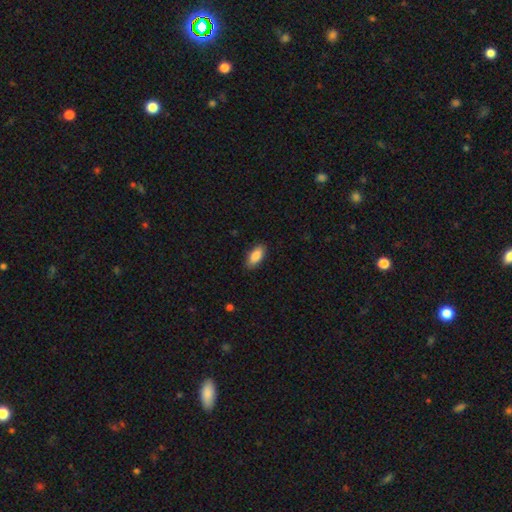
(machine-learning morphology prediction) This appears to be a smooth galaxy with no disk features (87%) that is in between round and cigar-shaped (87%). Merging: none (87%).